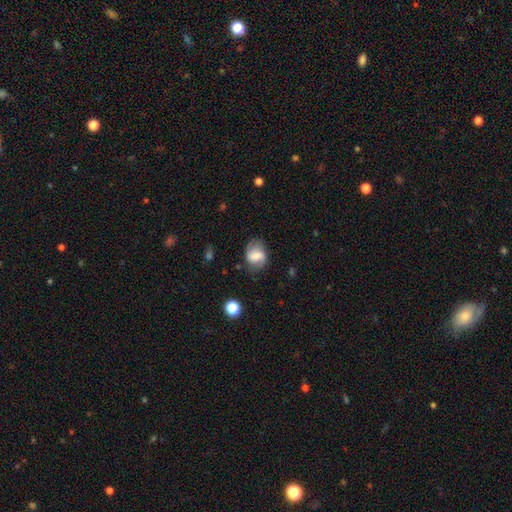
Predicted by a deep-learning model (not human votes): Overall: smooth (48%; featured or disk 44%). Merging: none (67%).